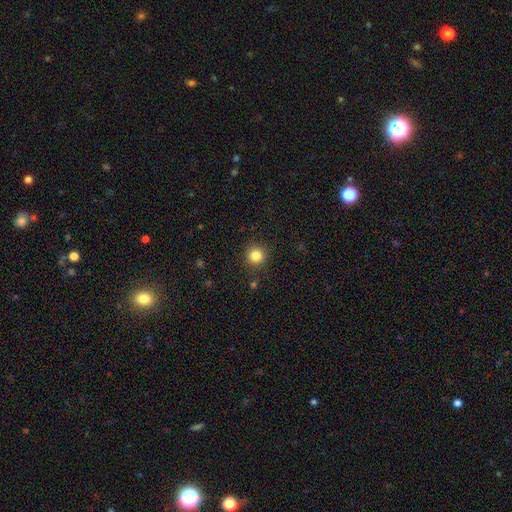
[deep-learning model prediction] Overall: smooth (83%). How rounded: round (94%). Merging: none (90%).